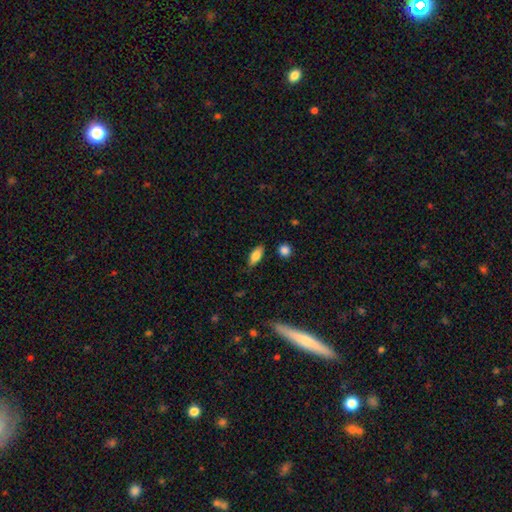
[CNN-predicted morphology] Smooth or featured?
  - smooth: 78% *
  - featured or disk: 14%
  - star or artifact: 7%
How rounded?
  - in between: 80% *
  - cigar-shaped: 16%
  - round: 3%
Merging?
  - none: 80% *
  - minor disturbance: 15%
  - major disturbance: 3%
  - merger: 2%